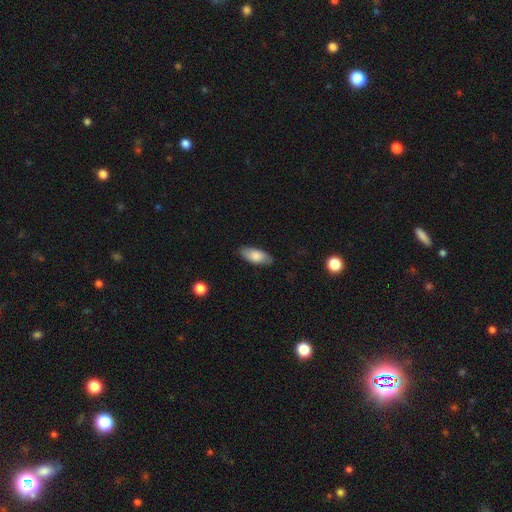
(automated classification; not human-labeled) Smooth or featured? Predicted: smooth (p=0.80). How rounded? Predicted: in between (p=0.83). Merging? Predicted: none (p=0.84).